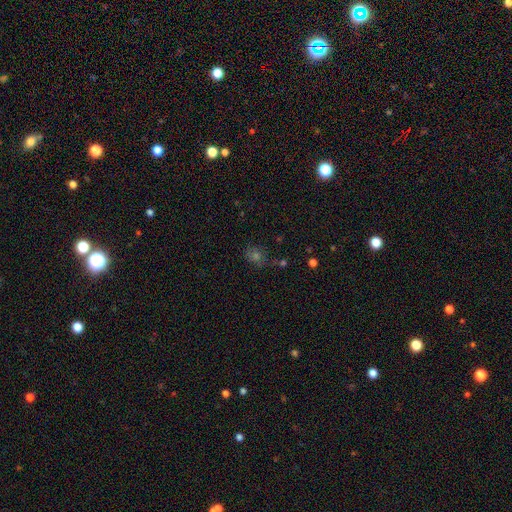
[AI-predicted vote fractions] The model was most divided on "smooth or featured": smooth: 47%, star or artifact: 36%, featured or disk: 16%. More confident: merging — none (72%).